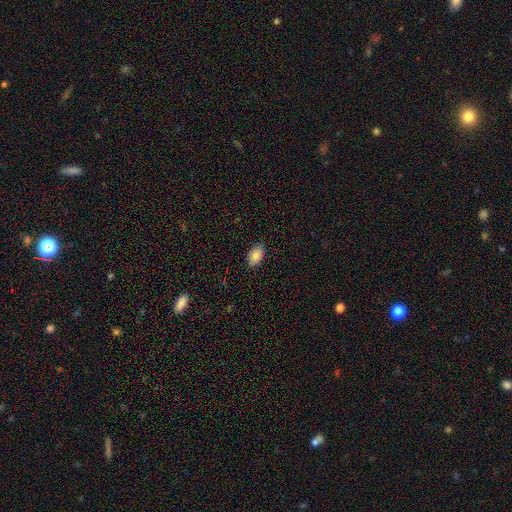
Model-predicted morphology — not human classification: This is clearly a smooth galaxy (89%). How rounded: clearly in between (92%). Merging: clearly none (88%).